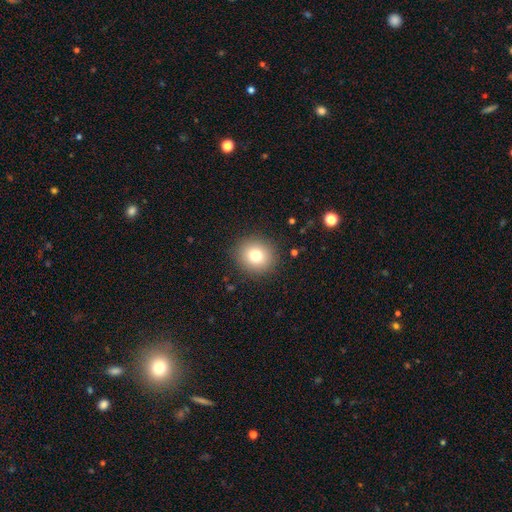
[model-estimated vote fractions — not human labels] The model was most divided on "smooth or featured": smooth: 77%, star or artifact: 12%, featured or disk: 11%. More confident: merging — none (89%); how rounded — round (85%).